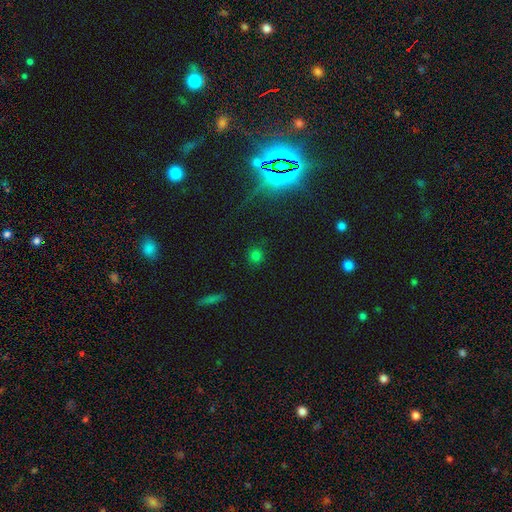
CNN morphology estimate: Smooth or featured? smooth (71%)
How rounded? round (89%)
Merging? none (87%)